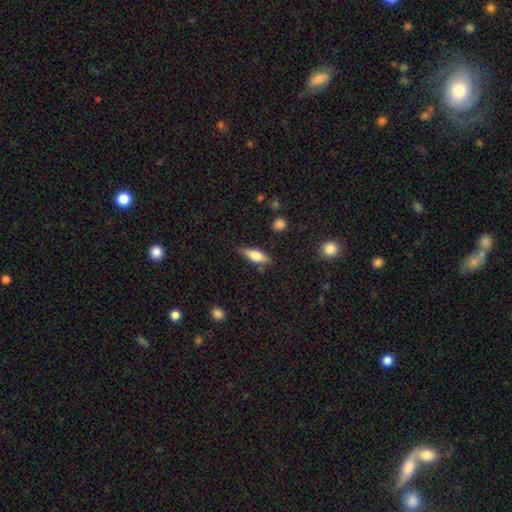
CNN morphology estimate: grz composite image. It shows a smooth galaxy with no disk features (56%) that is in between round and cigar-shaped (55%). Merging: none (78%).